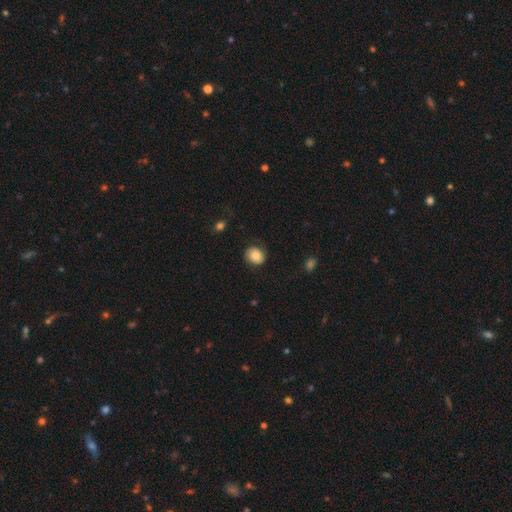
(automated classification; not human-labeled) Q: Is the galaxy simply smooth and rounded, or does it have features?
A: smooth — 77%.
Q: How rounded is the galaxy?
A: round — 63%.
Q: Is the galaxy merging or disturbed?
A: none — 71%.